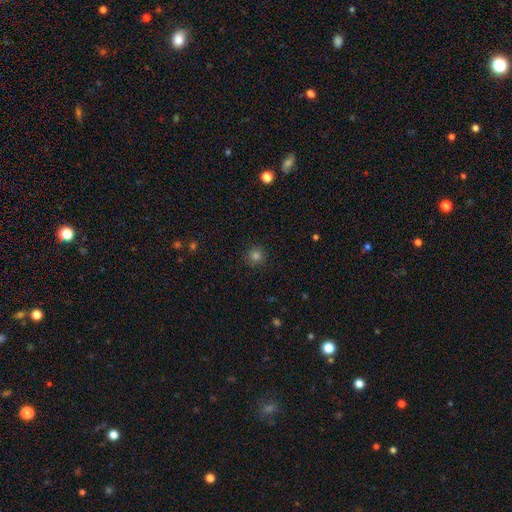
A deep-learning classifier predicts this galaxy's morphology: A smooth galaxy with no disk features (81%) that is round (94%). Merging: none (89%).